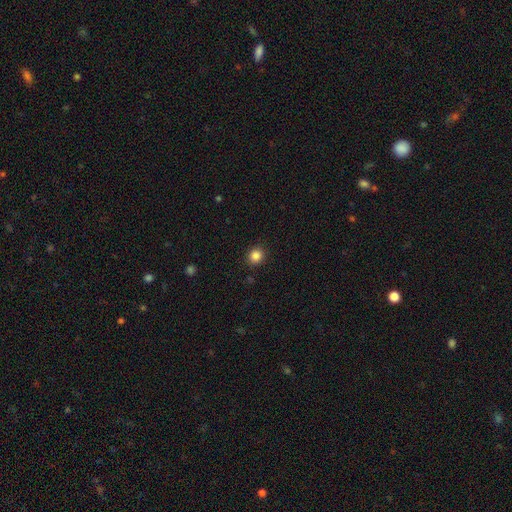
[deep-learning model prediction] This appears to be a smooth galaxy with no disk features (85%) that is round (82%). Merging: none (90%).